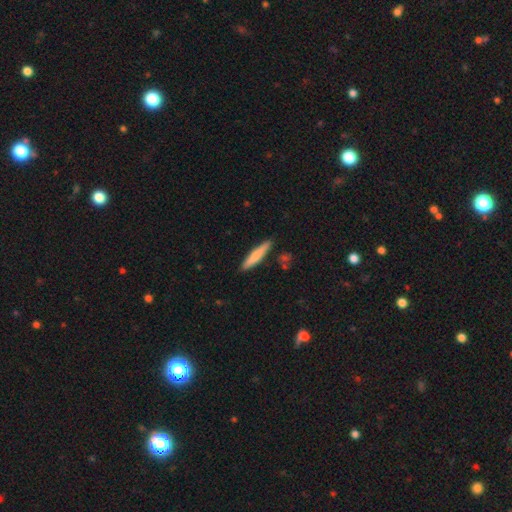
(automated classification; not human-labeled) smooth_or_featured: smooth (p=0.71) [alt: featured or disk p=0.23]
how_rounded: cigar-shaped (p=0.90) [alt: in between p=0.08]
merging: none (p=0.88) [alt: minor disturbance p=0.09]